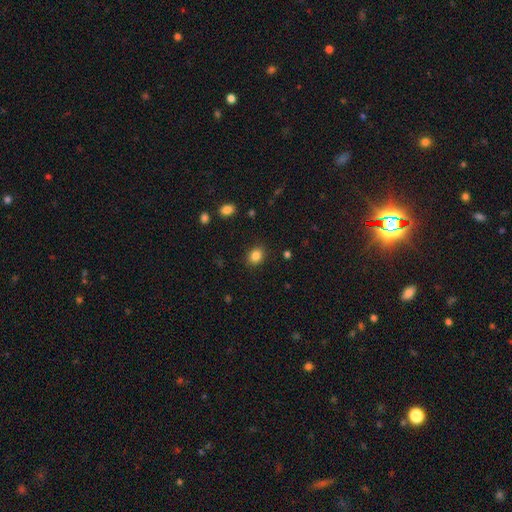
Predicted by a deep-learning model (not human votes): Smooth or featured?
  - smooth: 85% *
  - star or artifact: 10%
  - featured or disk: 5%
How rounded?
  - round: 53% *
  - in between: 46%
  - cigar-shaped: 1%
Merging?
  - none: 88% *
  - minor disturbance: 9%
  - major disturbance: 3%
  - merger: 1%